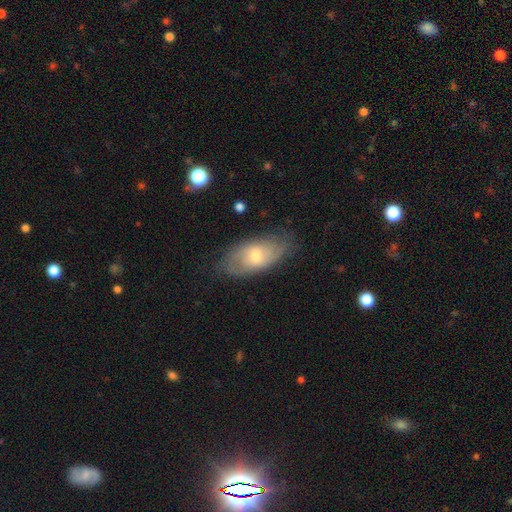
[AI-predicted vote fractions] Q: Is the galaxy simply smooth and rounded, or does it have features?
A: featured or disk — 49%.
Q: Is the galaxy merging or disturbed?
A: none — 72%.